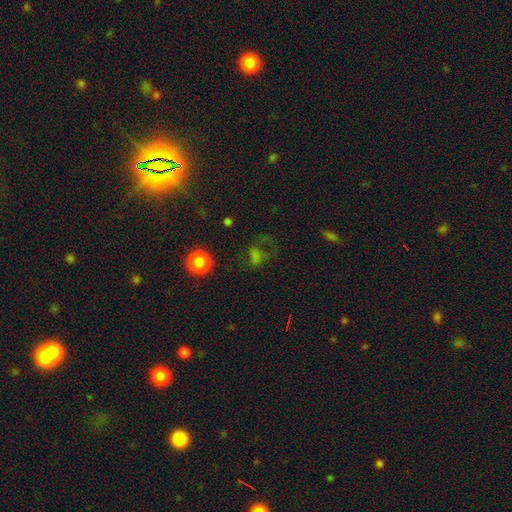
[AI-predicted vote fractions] smooth_or_featured: smooth (p=0.47) [alt: star or artifact p=0.41]
merging: none (p=0.61) [alt: major disturbance p=0.19]